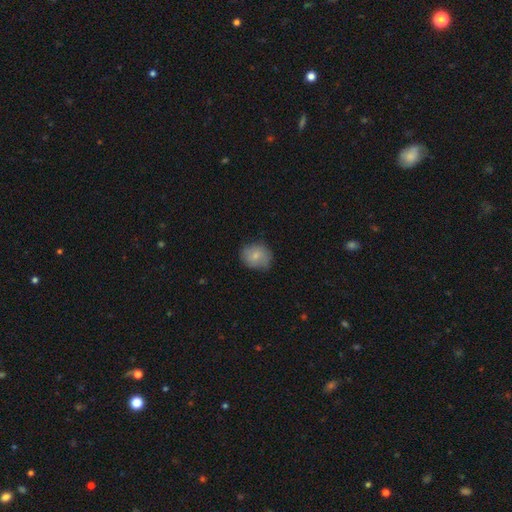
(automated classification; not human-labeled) Smooth or featured? smooth (78%)
How rounded? round (72%)
Merging? none (74%)